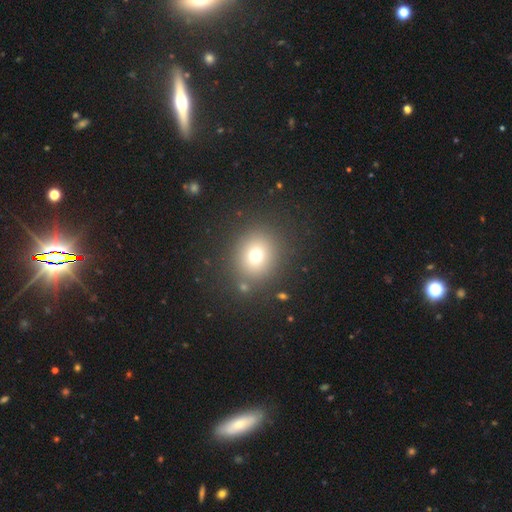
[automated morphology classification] Smooth or featured?
  - smooth: 71% *
  - star or artifact: 18%
  - featured or disk: 11%
How rounded?
  - round: 82% *
  - in between: 17%
  - cigar-shaped: 1%
Merging?
  - none: 83% *
  - minor disturbance: 8%
  - major disturbance: 4%
  - merger: 4%